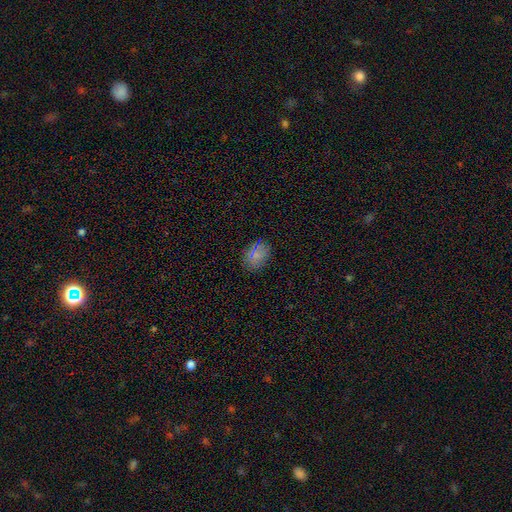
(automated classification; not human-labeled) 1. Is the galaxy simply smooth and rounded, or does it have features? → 70% smooth, 23% star or artifact, 7% featured or disk.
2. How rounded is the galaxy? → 66% in between, 32% round, 2% cigar-shaped.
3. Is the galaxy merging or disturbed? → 87% none, 9% minor disturbance, 3% major disturbance, 2% merger.